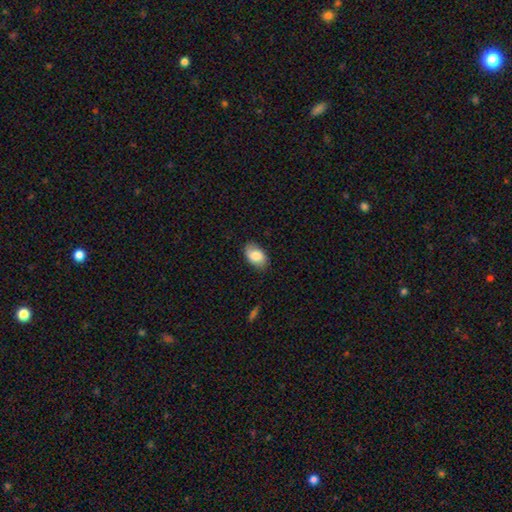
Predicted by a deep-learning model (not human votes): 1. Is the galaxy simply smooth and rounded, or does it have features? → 80% smooth, 14% featured or disk, 7% star or artifact.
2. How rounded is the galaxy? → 92% in between, 7% round, 1% cigar-shaped.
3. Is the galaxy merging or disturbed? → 80% none, 16% minor disturbance, 3% major disturbance, 1% merger.